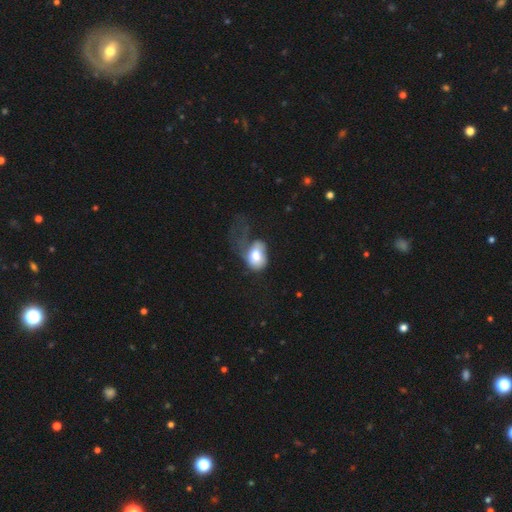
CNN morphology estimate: Smooth or featured: smooth — 69% (featured or disk — 24%)
How rounded: in between — 70% (round — 29%)
Merging: major disturbance — 64% (minor disturbance — 19%)